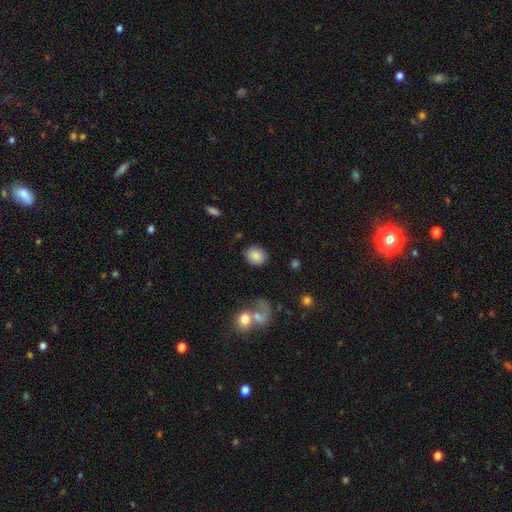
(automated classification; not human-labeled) Overall: smooth (83%). How rounded: round (53%; in between 46%). Merging: none (80%).